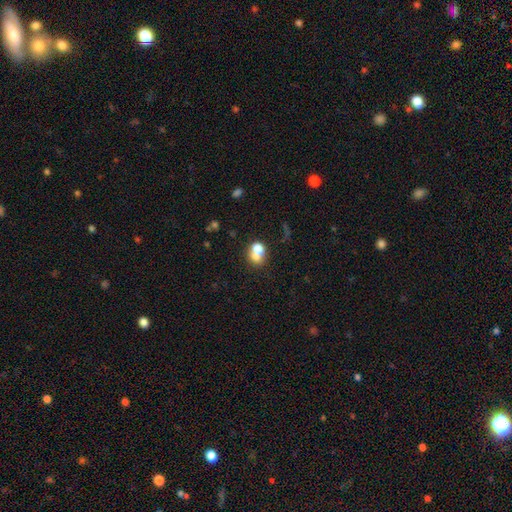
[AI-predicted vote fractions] This appears to be a smooth galaxy with no disk features (67%) that is round (59%). Merging: merger (61%).